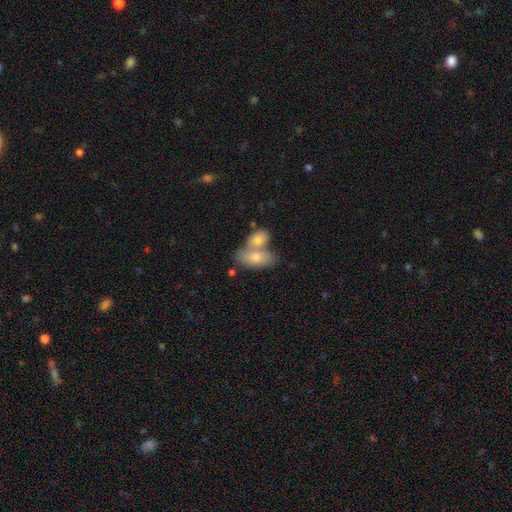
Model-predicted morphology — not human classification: A smooth galaxy with no disk features (76%) that is in between round and cigar-shaped (88%).

Vote fractions:
- Smooth or featured? smooth: 76% / featured or disk: 18% / star or artifact: 6%
- How rounded? in between: 88% / cigar-shaped: 7% / round: 6%
- Merging? merger: 59% / none: 30% / minor disturbance: 8% / major disturbance: 3%